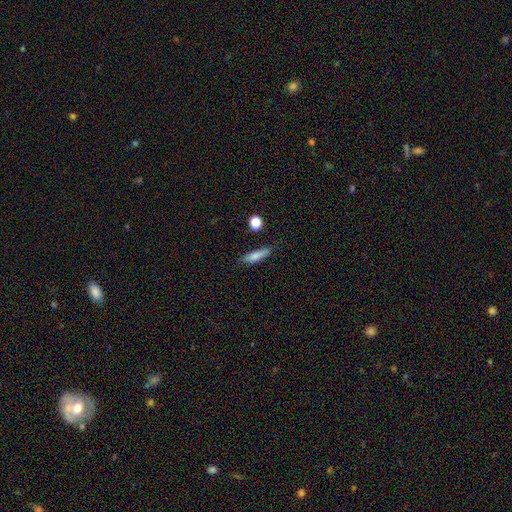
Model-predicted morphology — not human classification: The model was most divided on "how rounded": cigar-shaped: 69%, in between: 28%, round: 3%. More confident: smooth or featured — smooth (76%); merging — none (76%).